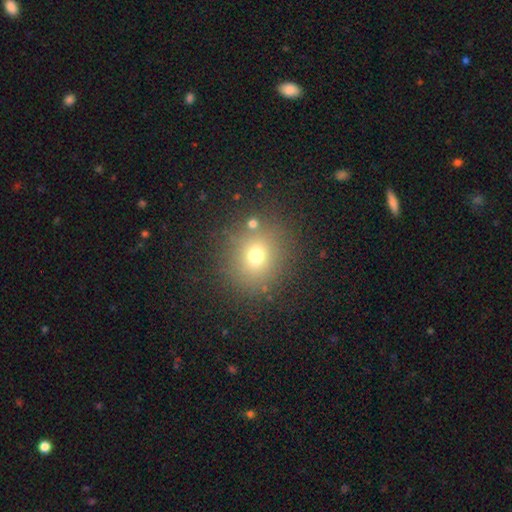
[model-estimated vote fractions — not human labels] This appears to be a smooth galaxy with no disk features (69%) that is round (84%). Merging: none (83%).